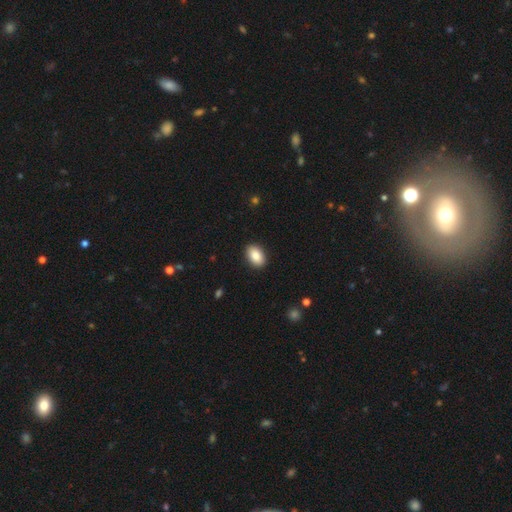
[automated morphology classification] This is clearly a smooth galaxy (88%). How rounded: clearly in between (89%). Merging: clearly none (91%).